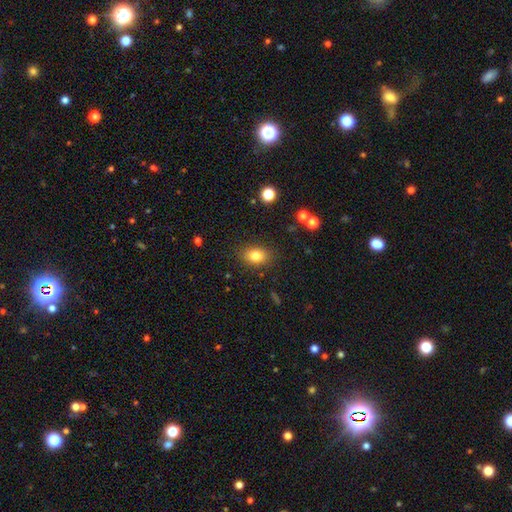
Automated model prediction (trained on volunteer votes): This appears to be a smooth galaxy with no disk features (80%) that is in between round and cigar-shaped (74%). Merging: none (85%).